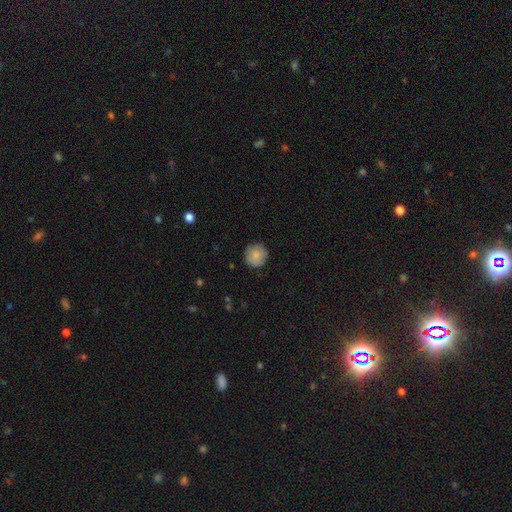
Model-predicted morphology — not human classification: type=smooth (83%); roundness=round (94%); merging=none (86%).